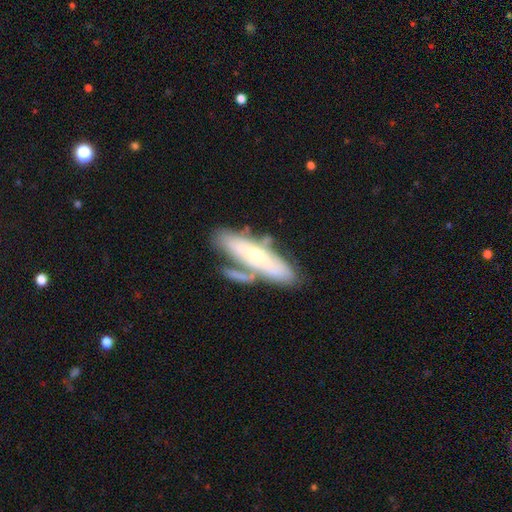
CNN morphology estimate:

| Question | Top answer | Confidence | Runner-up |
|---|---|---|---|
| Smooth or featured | featured or disk | 53% | smooth (41%) |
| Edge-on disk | no | 58% | yes (42%) |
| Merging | none | 49% | merger (24%) |